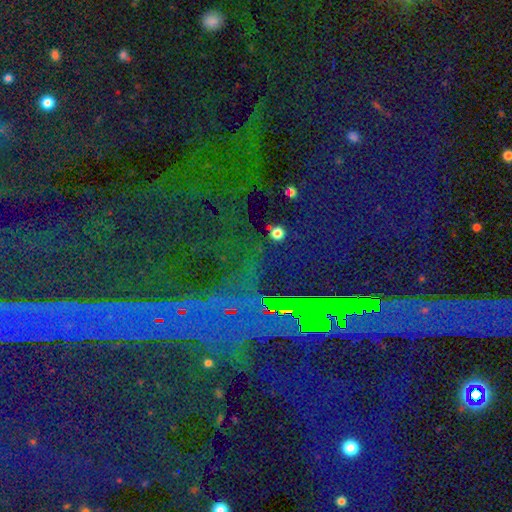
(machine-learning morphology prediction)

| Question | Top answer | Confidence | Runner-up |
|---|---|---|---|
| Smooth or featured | star or artifact | 87% | smooth (7%) |